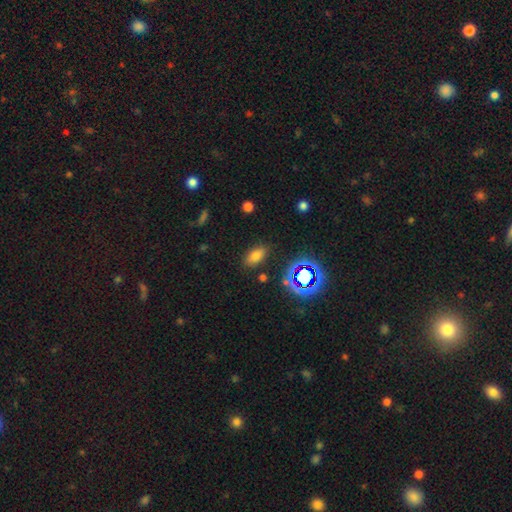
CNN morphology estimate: A smooth galaxy with no disk features (72%) that is in between round and cigar-shaped (87%).

Vote fractions:
- Smooth or featured? smooth: 72% / star or artifact: 19% / featured or disk: 9%
- How rounded? in between: 87% / round: 7% / cigar-shaped: 6%
- Merging? none: 85% / minor disturbance: 10% / major disturbance: 3% / merger: 2%